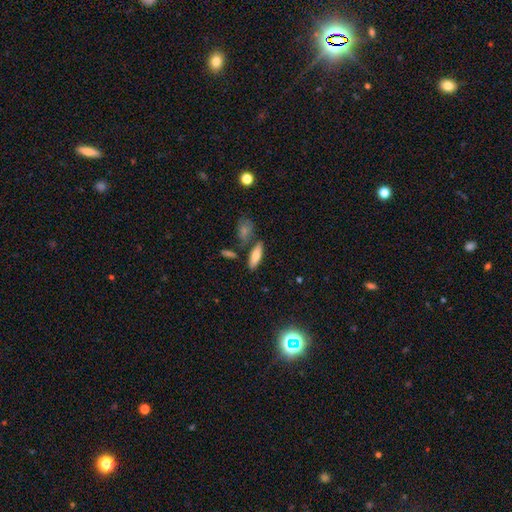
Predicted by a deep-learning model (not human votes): Overall: smooth (73%). How rounded: in between (59%; cigar-shaped 38%). Merging: none (72%).